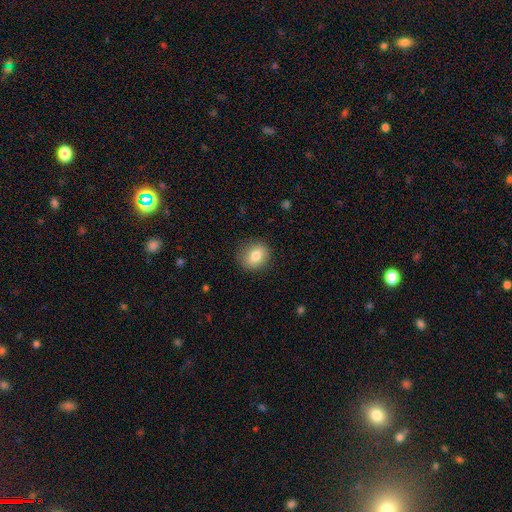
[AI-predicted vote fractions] The model was most divided on "how rounded": round: 68%, in between: 31%, cigar-shaped: 1%. More confident: merging — none (85%); smooth or featured — smooth (78%).